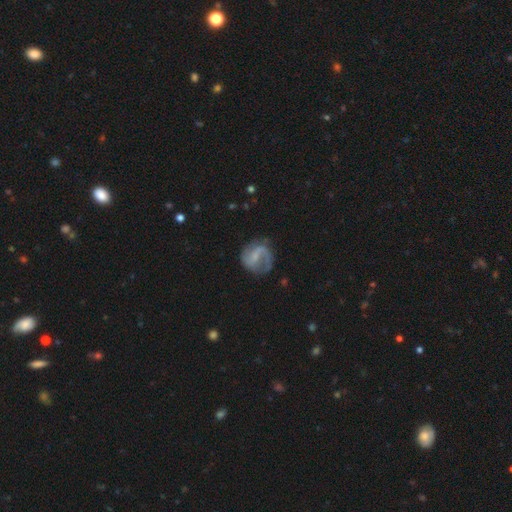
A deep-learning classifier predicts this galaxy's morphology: smooth_or_featured: featured or disk (p=0.69) [alt: smooth p=0.24]
disk_edge_on: no (p=0.98) [alt: yes p=0.02]
bar: weak (p=0.50) [alt: no p=0.33]
has_spiral_arms: yes (p=0.87) [alt: no p=0.13]
spiral_winding: medium (p=0.44) [alt: loose p=0.38]
spiral_arm_count: 2 (p=0.63) [alt: 1 p=0.25]
bulge_size: small (p=0.50) [alt: none p=0.31]
merging: none (p=0.58) [alt: minor disturbance p=0.22]